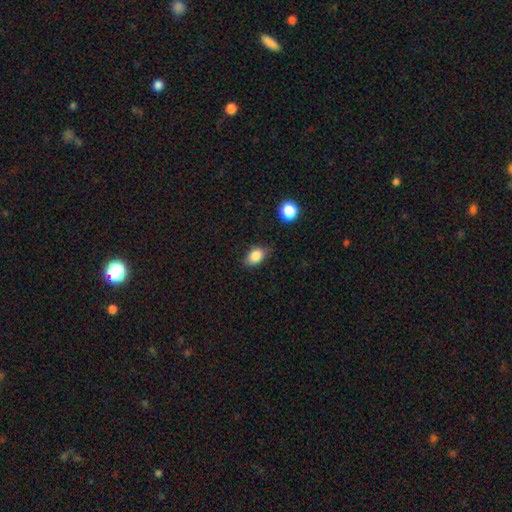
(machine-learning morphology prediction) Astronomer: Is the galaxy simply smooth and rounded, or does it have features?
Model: smooth — 85%.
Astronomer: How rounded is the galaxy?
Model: in between — 79%.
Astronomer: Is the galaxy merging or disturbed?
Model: none — 75%.